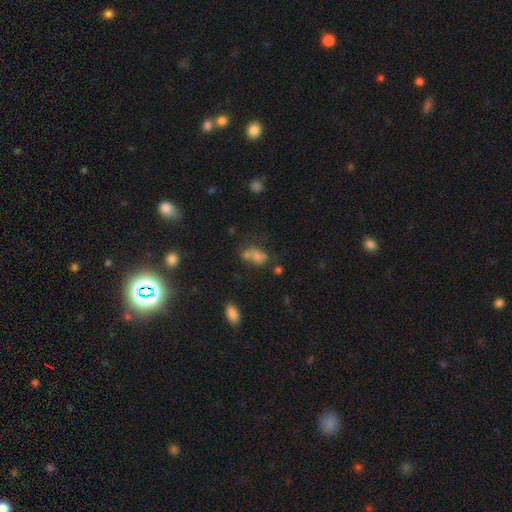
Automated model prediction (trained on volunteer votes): Overall: smooth (66%). How rounded: in between (76%). Merging: merger (42%; none 31%).